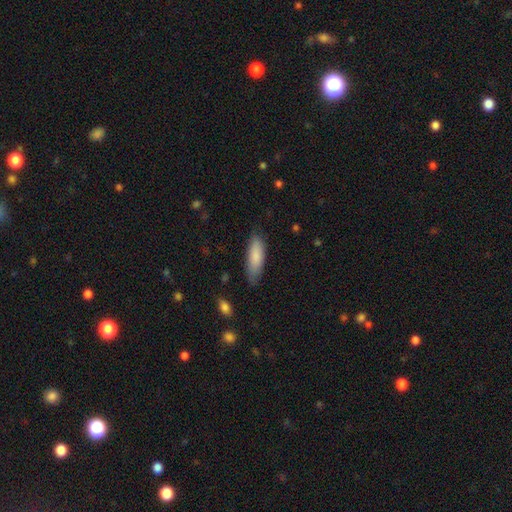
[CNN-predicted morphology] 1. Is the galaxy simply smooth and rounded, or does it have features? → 85% smooth, 10% featured or disk, 5% star or artifact.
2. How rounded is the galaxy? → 53% in between, 46% cigar-shaped, 1% round.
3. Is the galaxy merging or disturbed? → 77% none, 18% minor disturbance, 3% major disturbance, 1% merger.